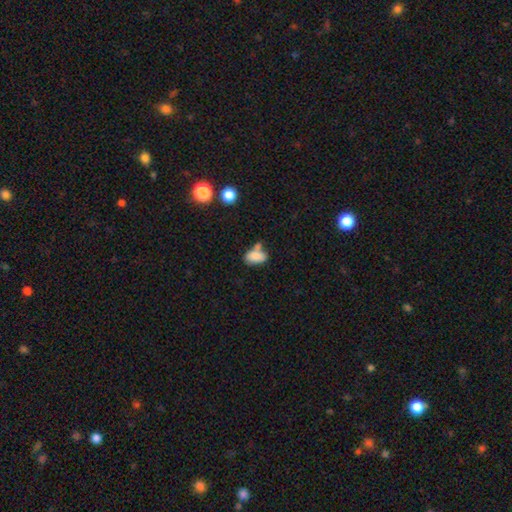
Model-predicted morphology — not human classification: Q: Smooth or featured?
A: smooth (82%); runner-up: featured or disk (9%)
Q: How rounded?
A: in between (90%); runner-up: round (8%)
Q: Merging?
A: none (43%); runner-up: merger (31%)